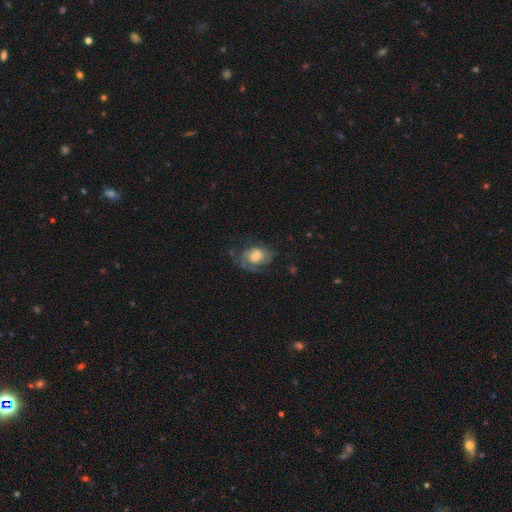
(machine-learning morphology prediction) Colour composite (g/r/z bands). It shows a featured or disk galaxy (63%) with no bar (62%), 2 (44%) tight (42%) spiral arms (85%) and a moderate central bulge (47%). Merging: none (54%).